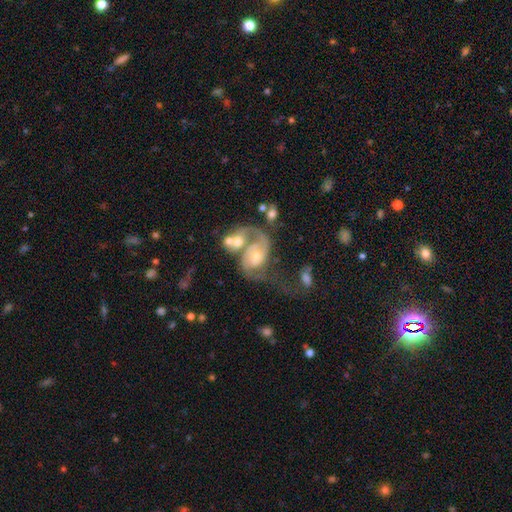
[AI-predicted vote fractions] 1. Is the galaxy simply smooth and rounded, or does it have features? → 77% featured or disk, 16% smooth, 7% star or artifact.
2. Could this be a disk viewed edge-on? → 97% no, 3% yes.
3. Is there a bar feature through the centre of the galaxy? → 67% no, 27% weak, 7% strong.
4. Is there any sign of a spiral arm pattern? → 88% yes, 12% no.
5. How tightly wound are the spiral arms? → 42% medium, 36% loose, 22% tight.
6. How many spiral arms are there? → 61% 2, 23% 1, 10% can't tell, 2% 3, 1% 4, 1% more than 4.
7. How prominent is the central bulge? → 56% moderate, 35% small, 5% large, 3% none, 1% dominant.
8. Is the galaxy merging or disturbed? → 53% merger, 22% major disturbance, 16% none, 9% minor disturbance.